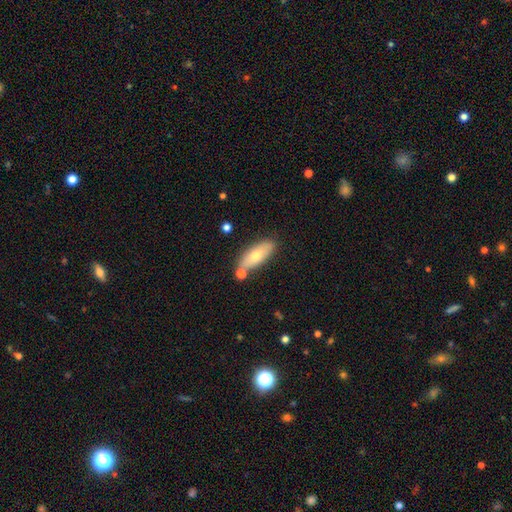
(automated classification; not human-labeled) A smooth galaxy with no disk features (66%) that is in between round and cigar-shaped (71%). Merging: none (76%).